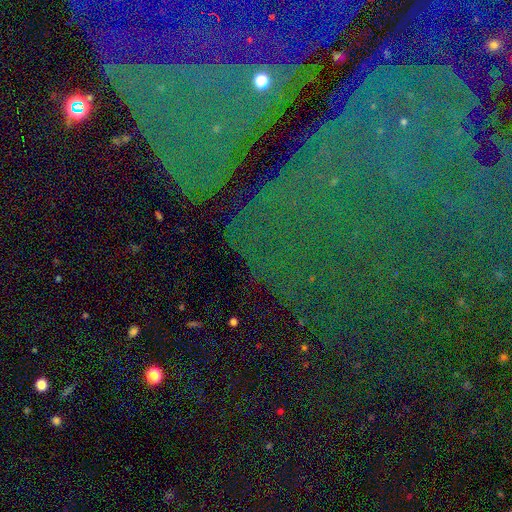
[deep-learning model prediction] smooth-or-featured: star or artifact: 80% | featured or disk: 10% | smooth: 9%